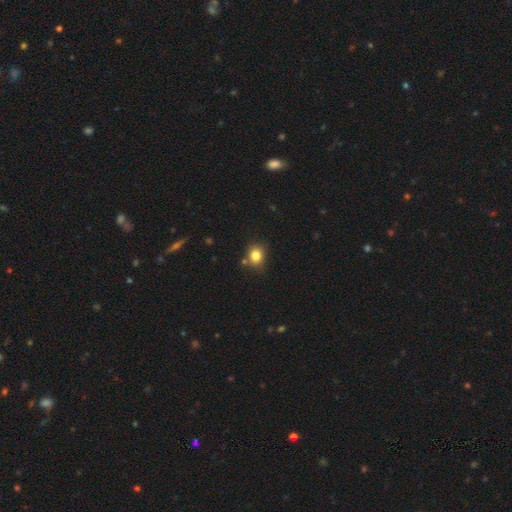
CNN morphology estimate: Overall: smooth (82%). How rounded: round (67%; in between 32%). Merging: none (74%).